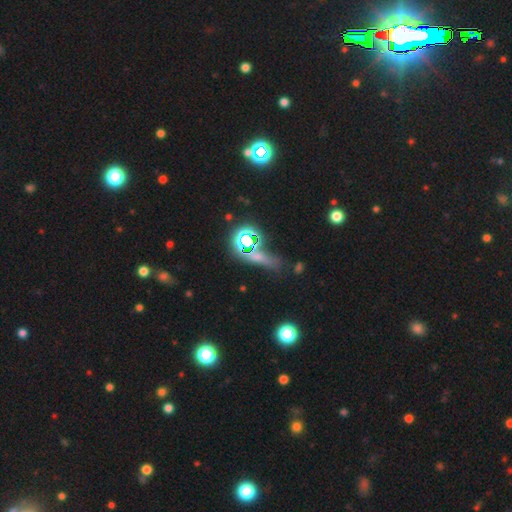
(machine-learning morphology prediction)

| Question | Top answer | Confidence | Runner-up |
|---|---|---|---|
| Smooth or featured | star or artifact | 52% | smooth (33%) |